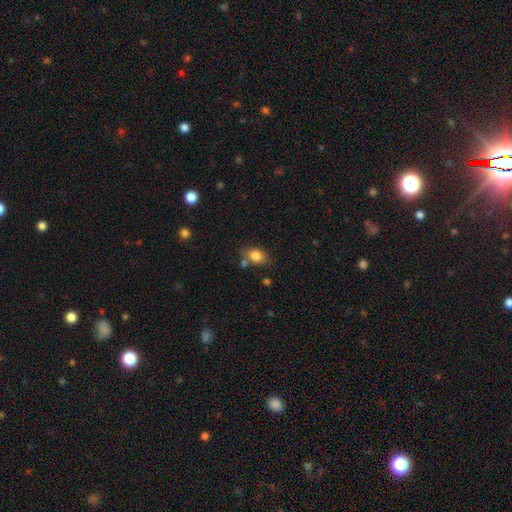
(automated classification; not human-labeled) Smooth or featured: smooth — 82% (star or artifact — 9%)
How rounded: in between — 76% (round — 22%)
Merging: none — 70% (minor disturbance — 16%)